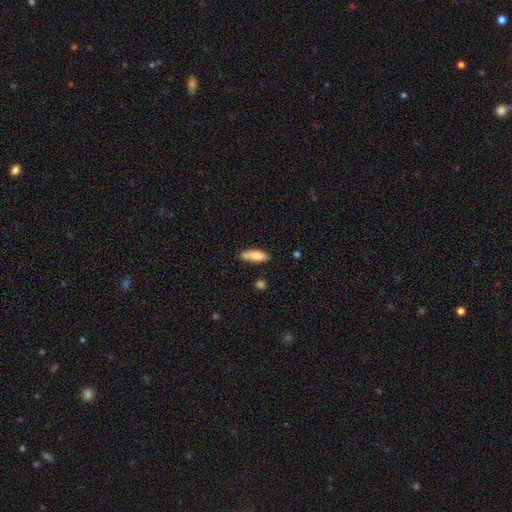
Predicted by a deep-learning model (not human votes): A smooth galaxy with no disk features (83%) that is in between round and cigar-shaped (55%). Merging: none (70%).